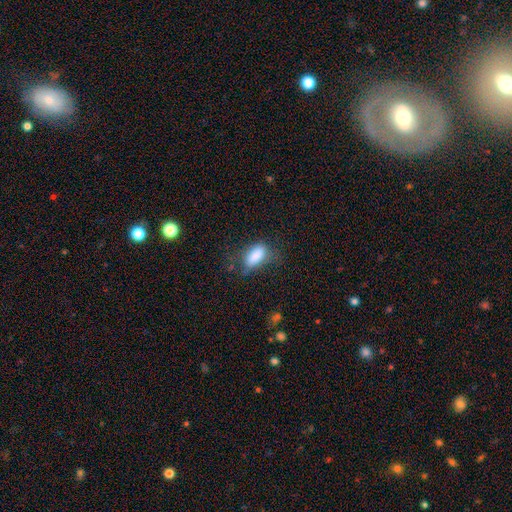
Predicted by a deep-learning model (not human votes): smooth-or-featured: smooth: 83% | featured or disk: 9% | star or artifact: 8%
  how-rounded: in between: 88% | cigar-shaped: 7% | round: 4%
  merging: none: 48% | minor disturbance: 30% | major disturbance: 19% | merger: 3%